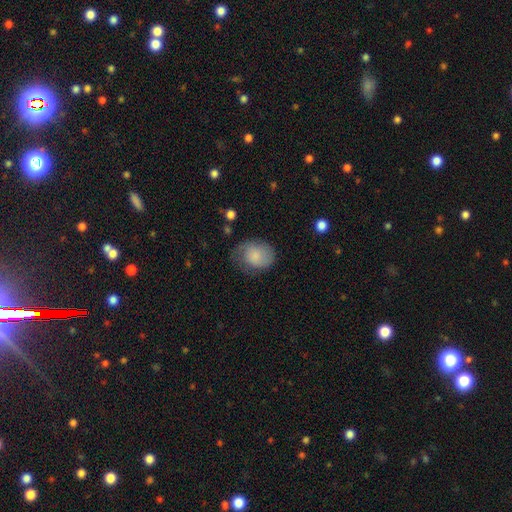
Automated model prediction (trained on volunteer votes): Smooth or featured? smooth (69%)
How rounded? round (50%)
Merging? none (49%)